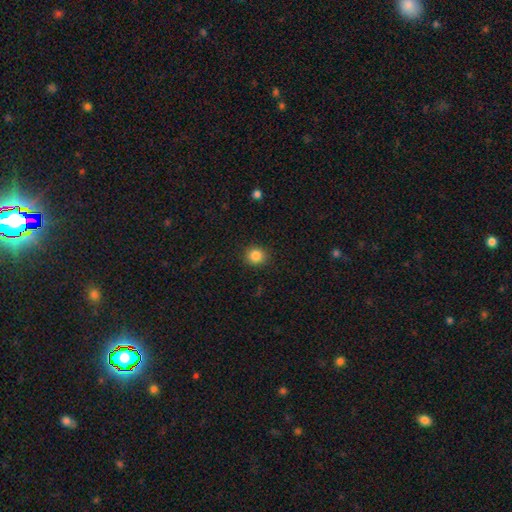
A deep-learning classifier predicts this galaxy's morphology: smooth-or-featured: smooth: 85% | star or artifact: 11% | featured or disk: 4%
  how-rounded: round: 87% | in between: 12% | cigar-shaped: 1%
  merging: none: 90% | minor disturbance: 6% | major disturbance: 2% | merger: 1%